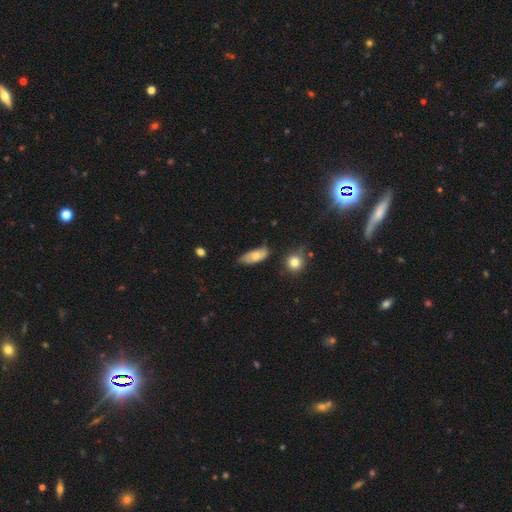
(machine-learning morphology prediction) A smooth galaxy with no disk features (66%) that is in between round and cigar-shaped (86%).

Vote fractions:
- Smooth or featured? smooth: 66% / featured or disk: 27% / star or artifact: 7%
- How rounded? in between: 86% / cigar-shaped: 11% / round: 3%
- Merging? none: 60% / minor disturbance: 30% / major disturbance: 6% / merger: 3%